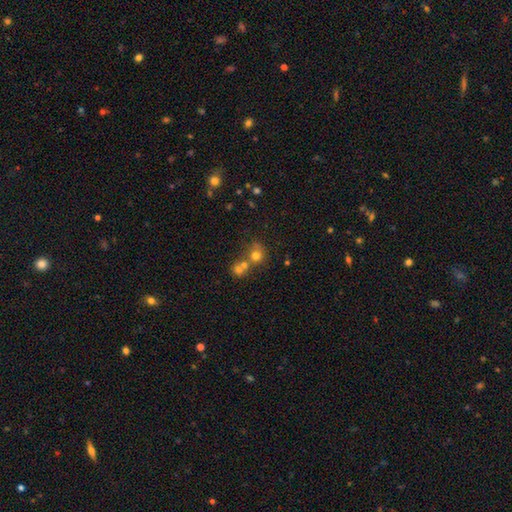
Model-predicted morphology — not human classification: This is likely a smooth galaxy (69%). How rounded: clearly round (83%). Merging: marginally merger (45%).